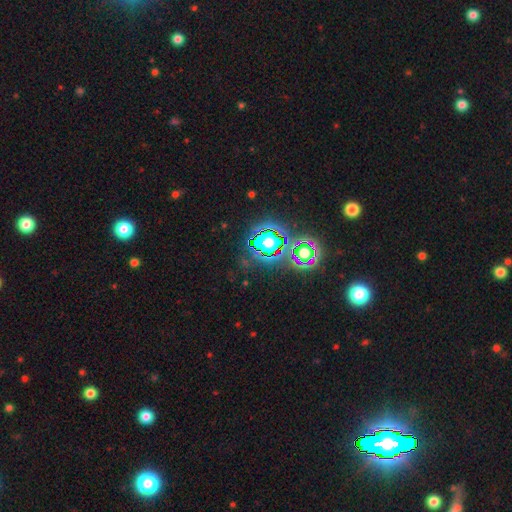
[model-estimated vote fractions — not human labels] Smooth or featured? star or artifact (80%)